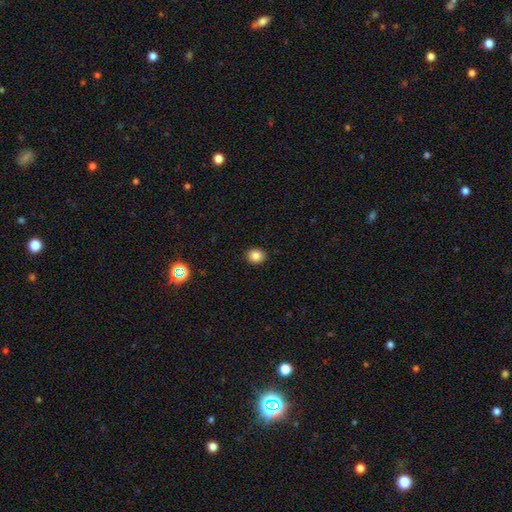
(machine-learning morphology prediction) smooth 84%, star or artifact 10%, featured or disk 5%. Down the decision tree: how rounded — round (68%); merging — none (91%).